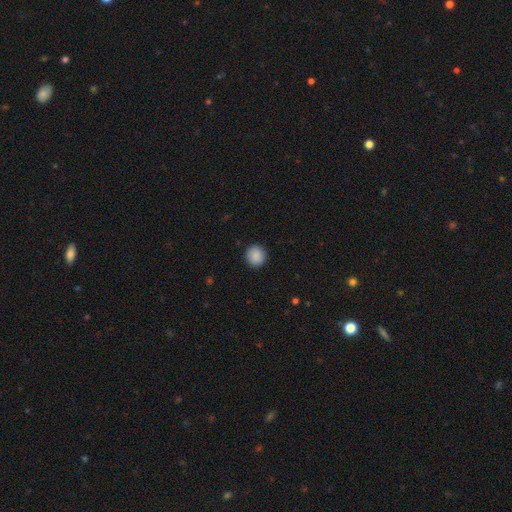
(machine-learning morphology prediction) Smooth or featured?
  - smooth: 89% *
  - star or artifact: 8%
  - featured or disk: 3%
How rounded?
  - round: 91% *
  - in between: 8%
  - cigar-shaped: 1%
Merging?
  - none: 92% *
  - minor disturbance: 6%
  - major disturbance: 2%
  - merger: 1%